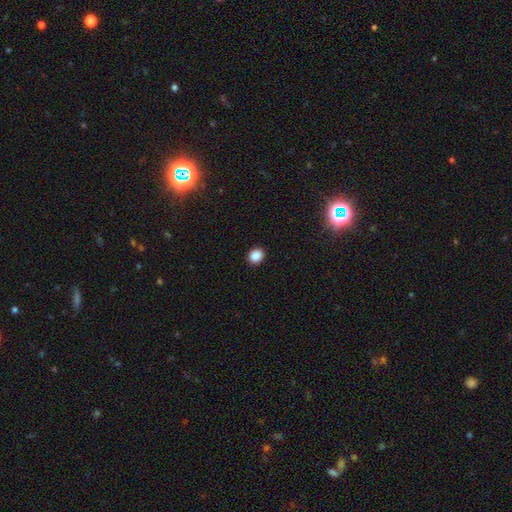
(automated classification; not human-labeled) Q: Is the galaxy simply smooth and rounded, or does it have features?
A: smooth — 88%.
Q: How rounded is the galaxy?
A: round — 68%.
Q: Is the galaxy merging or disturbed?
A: none — 91%.